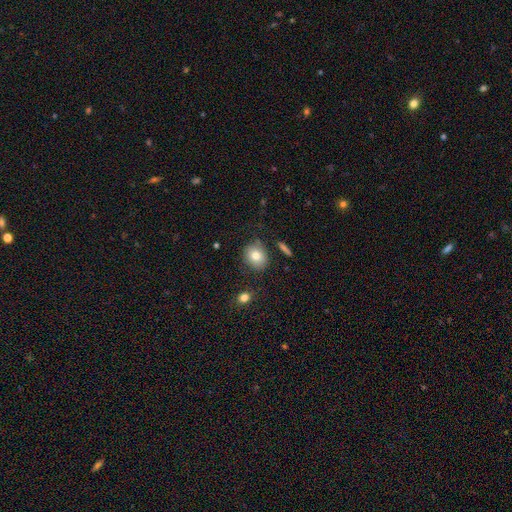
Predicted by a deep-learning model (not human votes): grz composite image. It shows a smooth galaxy with no disk features (78%) that is round (66%). Merging: none (79%).